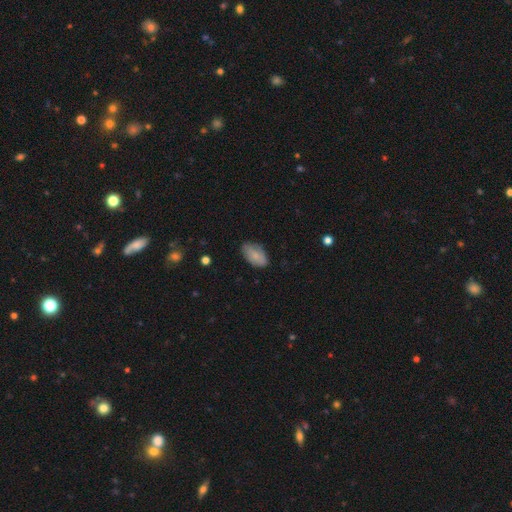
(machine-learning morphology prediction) Overall: smooth (78%). How rounded: in between (94%). Merging: none (76%).